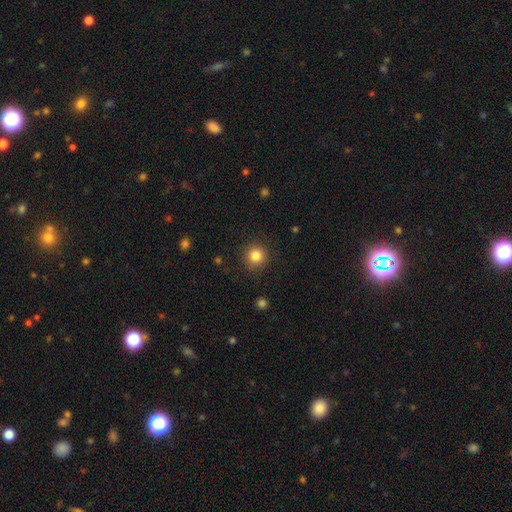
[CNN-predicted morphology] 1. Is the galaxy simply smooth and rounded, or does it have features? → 84% smooth, 11% star or artifact, 5% featured or disk.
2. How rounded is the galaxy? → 94% round, 6% in between, 1% cigar-shaped.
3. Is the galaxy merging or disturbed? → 90% none, 7% minor disturbance, 3% major disturbance, 1% merger.